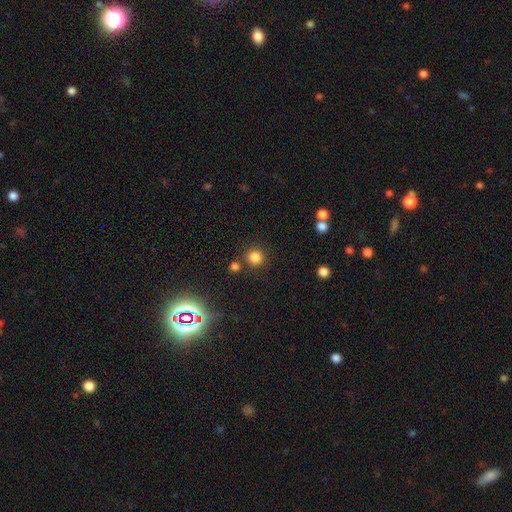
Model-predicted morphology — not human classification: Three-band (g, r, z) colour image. It shows a smooth galaxy with no disk features (81%) that is round (93%). Merging: none (82%).